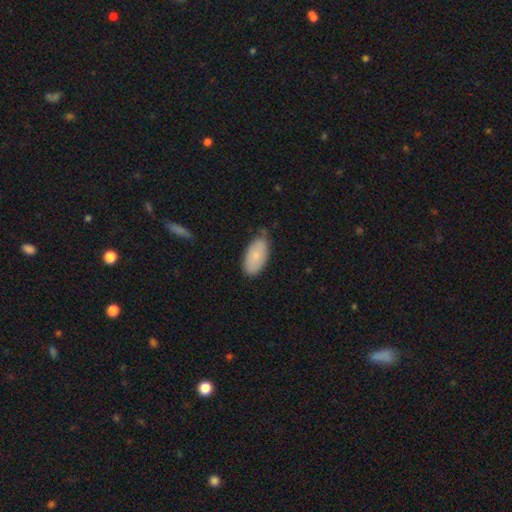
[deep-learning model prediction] smooth-or-featured: smooth: 80% | featured or disk: 14% | star or artifact: 6%
  how-rounded: in between: 94% | cigar-shaped: 3% | round: 2%
  merging: none: 71% | minor disturbance: 23% | major disturbance: 3% | merger: 2%